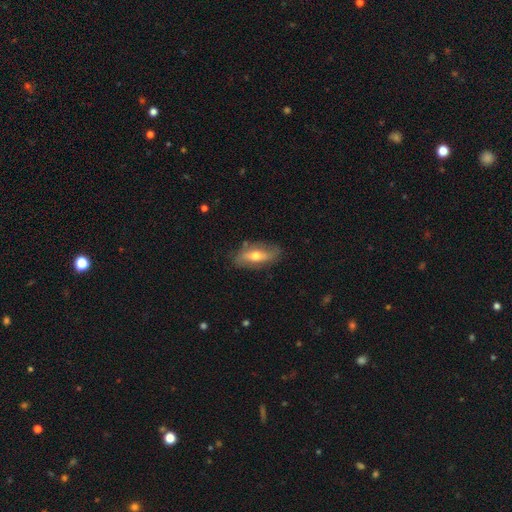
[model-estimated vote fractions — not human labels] smooth_or_featured: featured or disk (p=0.53) [alt: smooth p=0.40]
disk_edge_on: no (p=0.62) [alt: yes p=0.38]
merging: none (p=0.77) [alt: minor disturbance p=0.17]